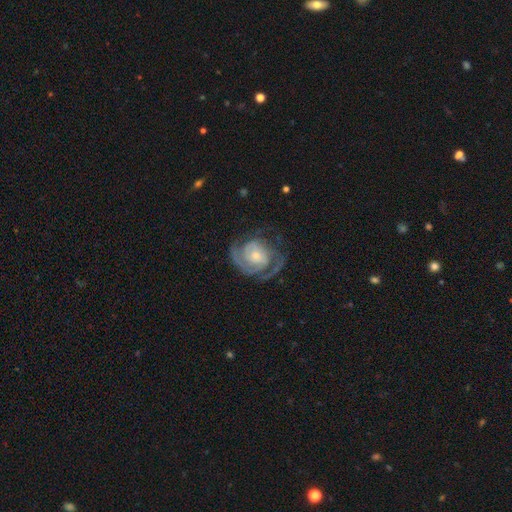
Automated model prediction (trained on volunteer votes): This is clearly a featured or disk galaxy (85%). It is clearly not viewed edge-on (98%). Bar: likely no (70%). Spiral arm pattern: clearly yes (95%). Spiral arm count: possibly 2 (55%). Spiral winding: possibly tight (55%). Central bulge: possibly small (60%). Merging: likely none (62%).